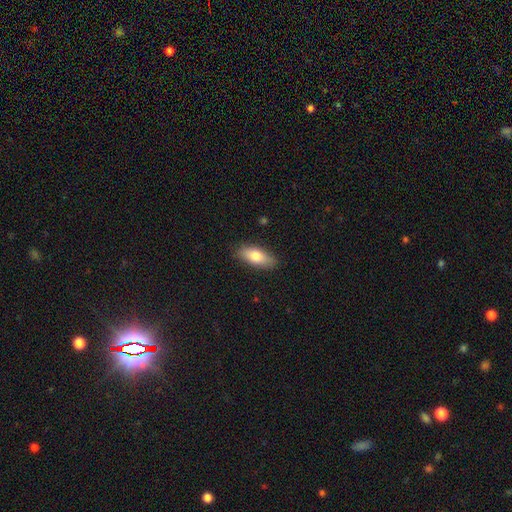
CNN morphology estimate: Smooth or featured?
  - smooth: 75% *
  - featured or disk: 19%
  - star or artifact: 7%
How rounded?
  - in between: 78% *
  - cigar-shaped: 19%
  - round: 3%
Merging?
  - none: 87% *
  - minor disturbance: 10%
  - major disturbance: 2%
  - merger: 1%